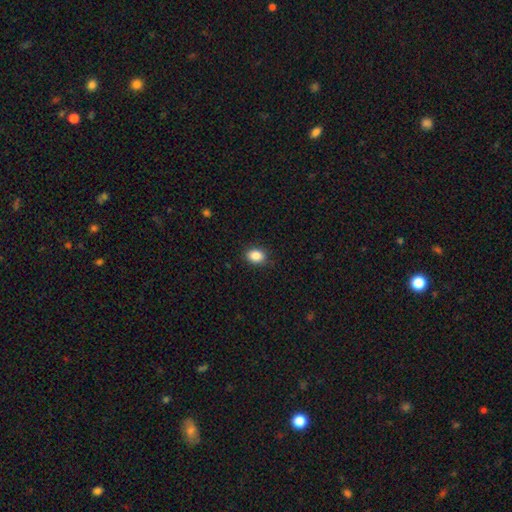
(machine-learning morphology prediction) smooth 88%, star or artifact 9%, featured or disk 4%. Down the decision tree: how rounded — in between (70%); merging — none (88%).